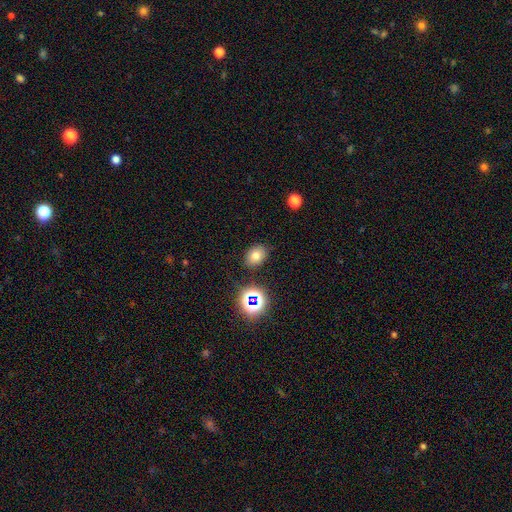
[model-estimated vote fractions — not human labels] Smooth or featured?
  - smooth: 70% *
  - star or artifact: 18%
  - featured or disk: 12%
How rounded?
  - in between: 66% *
  - round: 33%
  - cigar-shaped: 1%
Merging?
  - none: 84% *
  - minor disturbance: 11%
  - major disturbance: 3%
  - merger: 2%